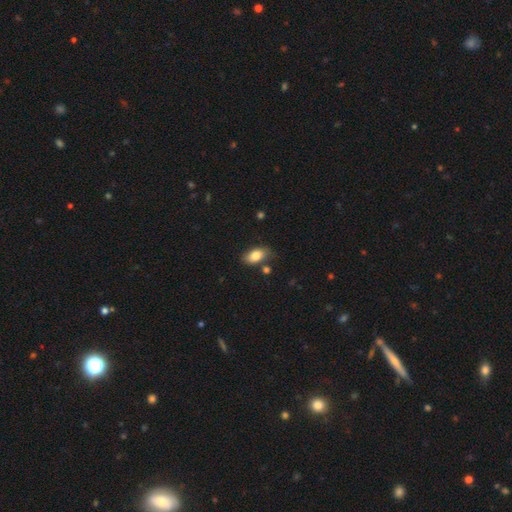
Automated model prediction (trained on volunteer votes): Q: Smooth or featured?
A: smooth (81%); runner-up: featured or disk (12%)
Q: How rounded?
A: in between (91%); runner-up: round (6%)
Q: Merging?
A: none (75%); runner-up: minor disturbance (16%)